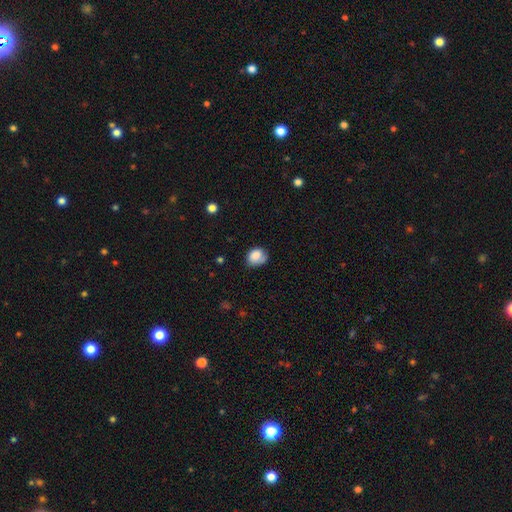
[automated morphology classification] A smooth galaxy with no disk features (80%) that is in between round and cigar-shaped (57%).

Vote fractions:
- Smooth or featured? smooth: 80% / featured or disk: 11% / star or artifact: 9%
- How rounded? in between: 57% / round: 42% / cigar-shaped: 1%
- Merging? none: 50% / minor disturbance: 33% / major disturbance: 11% / merger: 5%